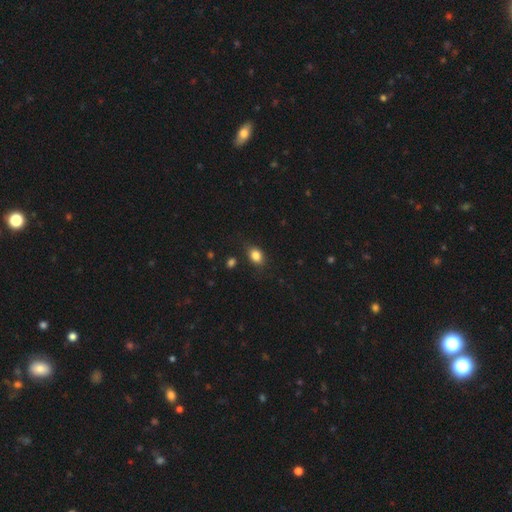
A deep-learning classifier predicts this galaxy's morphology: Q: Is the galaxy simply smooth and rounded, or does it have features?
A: smooth — 84%.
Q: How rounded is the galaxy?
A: in between — 67%.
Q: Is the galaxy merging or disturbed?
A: none — 78%.